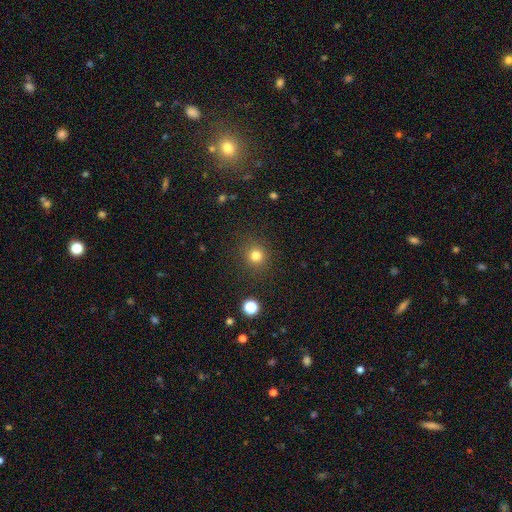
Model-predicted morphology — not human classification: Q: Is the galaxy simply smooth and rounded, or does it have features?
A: smooth — 80%.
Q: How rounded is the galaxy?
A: round — 92%.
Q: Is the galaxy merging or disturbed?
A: none — 89%.